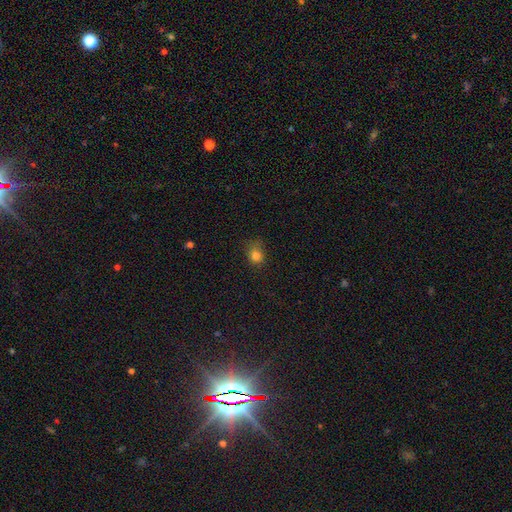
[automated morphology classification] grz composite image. It shows a smooth galaxy with no disk features (80%) that is round (71%). Merging: none (64%).